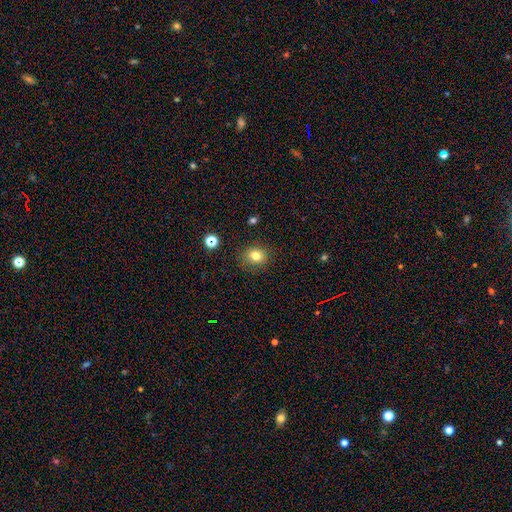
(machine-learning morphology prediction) This appears to be a smooth galaxy with no disk features (78%) that is round (74%). Merging: none (86%).